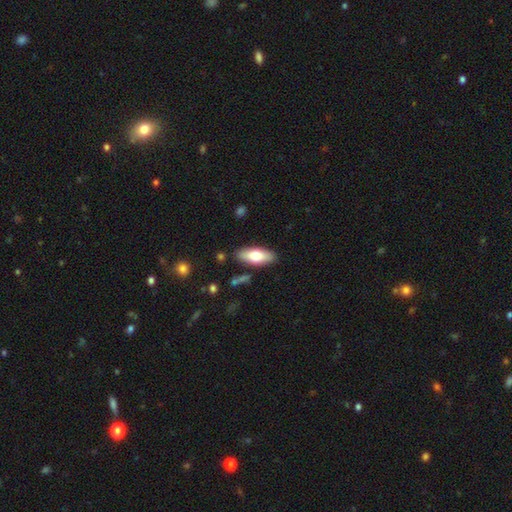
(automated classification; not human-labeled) A smooth galaxy with no disk features (70%) that is in between round and cigar-shaped (76%). Merging: none (86%).